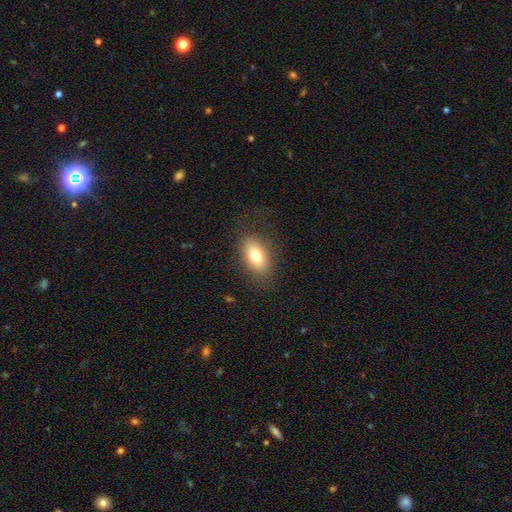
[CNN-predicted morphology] Smooth or featured? smooth (77%)
How rounded? in between (89%)
Merging? none (80%)